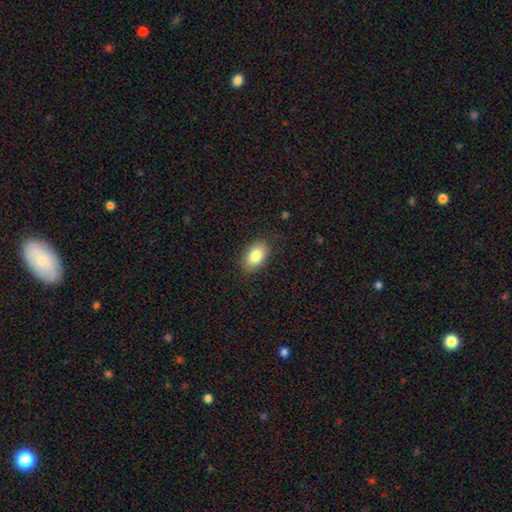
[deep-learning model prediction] smooth-or-featured: smooth: 85% | featured or disk: 8% | star or artifact: 7%
  how-rounded: in between: 91% | round: 8% | cigar-shaped: 1%
  merging: none: 85% | minor disturbance: 11% | major disturbance: 3% | merger: 1%